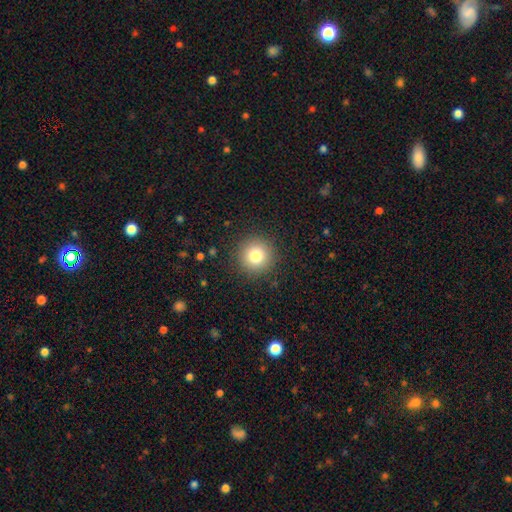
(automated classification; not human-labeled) Overall: smooth (81%). How rounded: round (95%). Merging: none (90%).